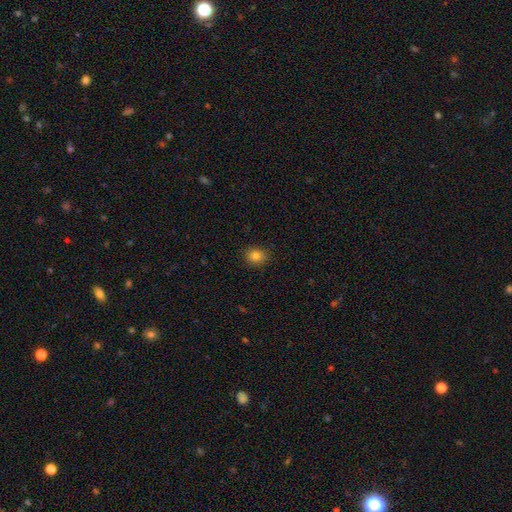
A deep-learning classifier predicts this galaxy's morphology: This appears to be a smooth galaxy with no disk features (83%) that is round (71%). Merging: none (89%).